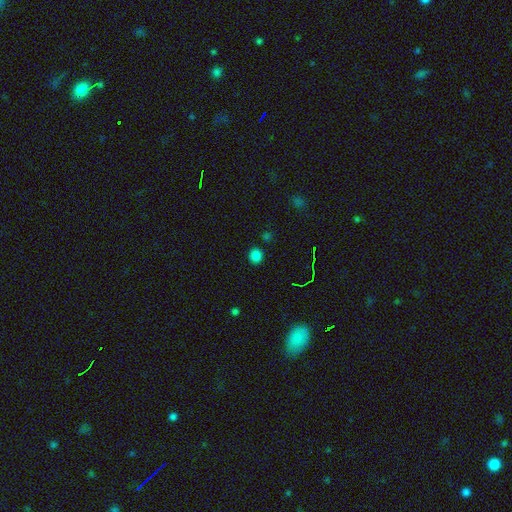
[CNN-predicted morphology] This is clearly a smooth galaxy (81%). How rounded: clearly round (89%). Merging: clearly none (90%).